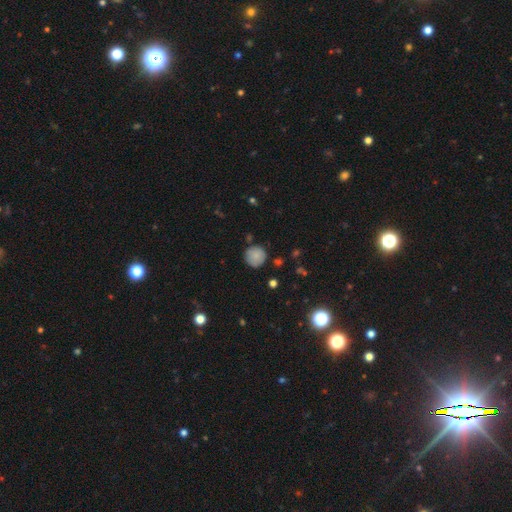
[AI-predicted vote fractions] smooth-or-featured: smooth: 84% | star or artifact: 9% | featured or disk: 7%
  how-rounded: round: 93% | in between: 6% | cigar-shaped: 1%
  merging: none: 80% | minor disturbance: 14% | major disturbance: 3% | merger: 3%